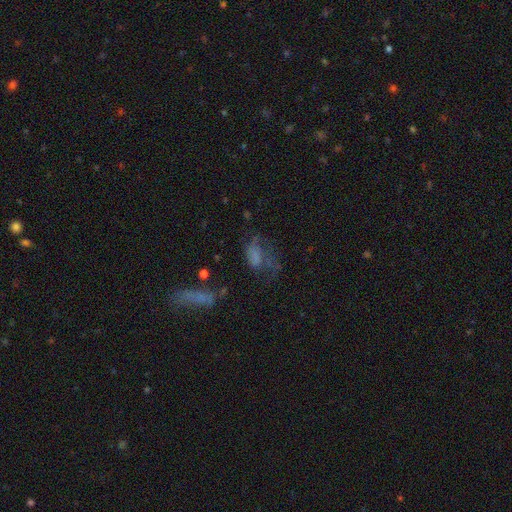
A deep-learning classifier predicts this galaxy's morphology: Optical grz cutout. It shows a smooth galaxy with no disk features (51%) that is in between round and cigar-shaped (81%). Merging: major disturbance (43%).